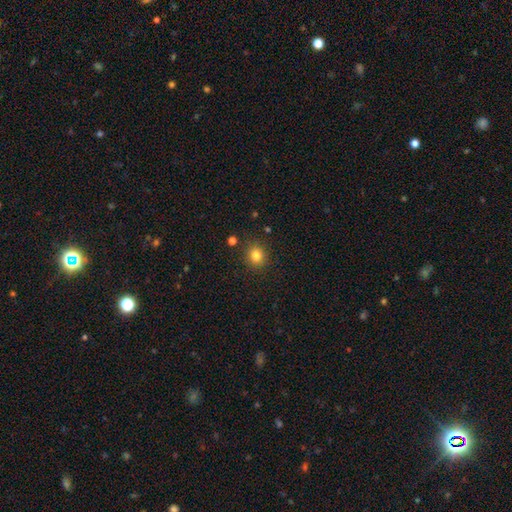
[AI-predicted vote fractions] smooth-or-featured: smooth: 82% | star or artifact: 13% | featured or disk: 6%
  how-rounded: round: 84% | in between: 15% | cigar-shaped: 1%
  merging: none: 87% | minor disturbance: 8% | major disturbance: 3% | merger: 2%